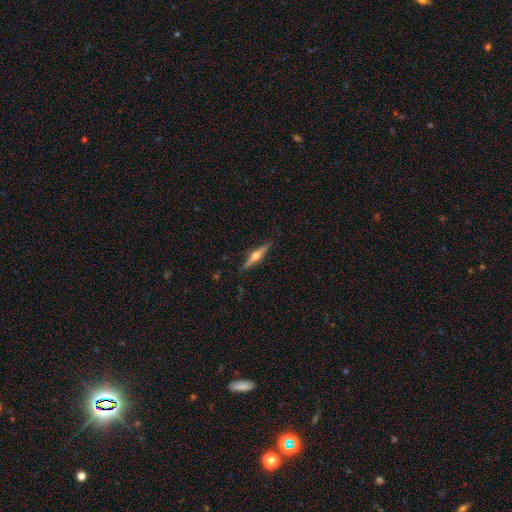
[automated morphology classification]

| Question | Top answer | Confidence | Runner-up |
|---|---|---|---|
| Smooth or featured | featured or disk | 70% | smooth (25%) |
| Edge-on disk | yes | 98% | no (2%) |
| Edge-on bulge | rounded | 94% | boxy (3%) |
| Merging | none | 88% | minor disturbance (9%) |